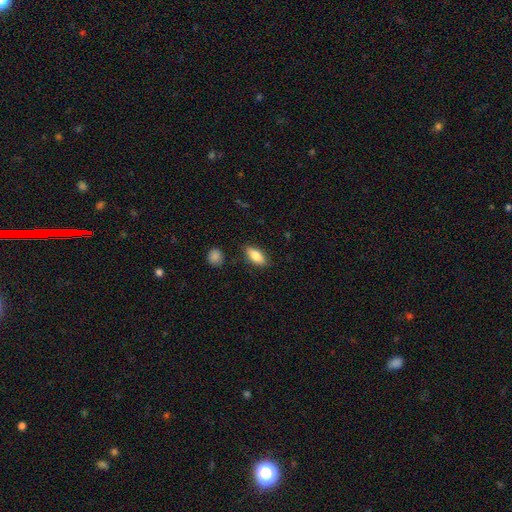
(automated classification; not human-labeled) The model was most divided on "smooth or featured": smooth: 79%, featured or disk: 14%, star or artifact: 7%. More confident: merging — none (84%); how rounded — in between (82%).